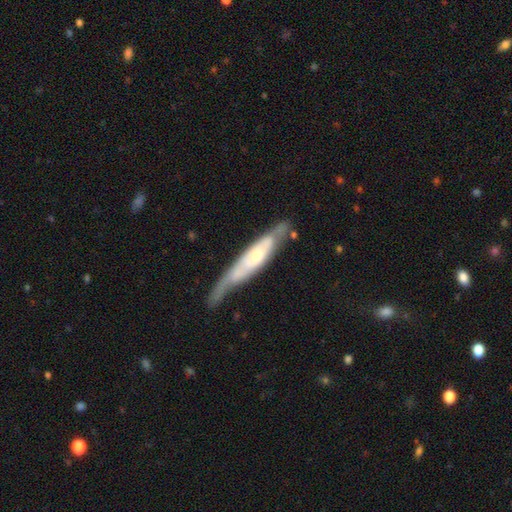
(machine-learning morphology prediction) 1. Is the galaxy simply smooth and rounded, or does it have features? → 66% featured or disk, 29% smooth, 5% star or artifact.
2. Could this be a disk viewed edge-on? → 61% yes, 39% no.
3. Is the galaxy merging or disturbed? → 55% none, 29% minor disturbance, 11% major disturbance, 4% merger.